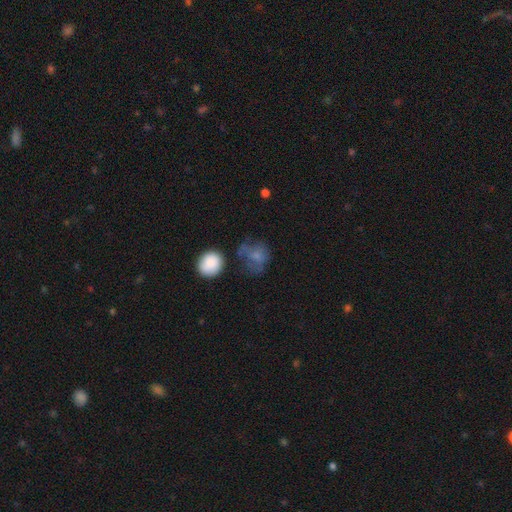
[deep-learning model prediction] Smooth or featured? smooth (69%)
How rounded? round (64%)
Merging? none (41%)